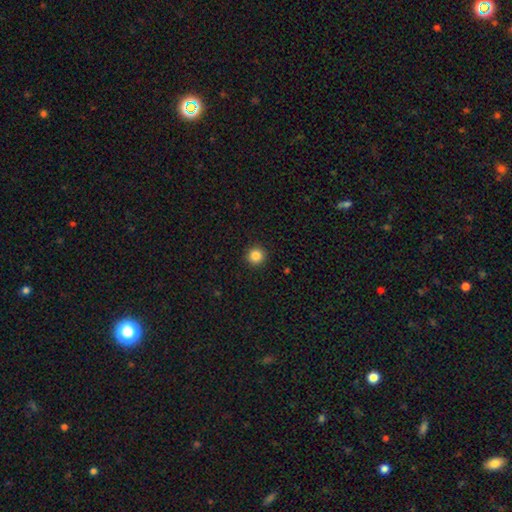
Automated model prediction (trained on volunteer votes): Smooth or featured: smooth — 85% (star or artifact — 11%)
How rounded: round — 95% (in between — 4%)
Merging: none — 93% (minor disturbance — 4%)